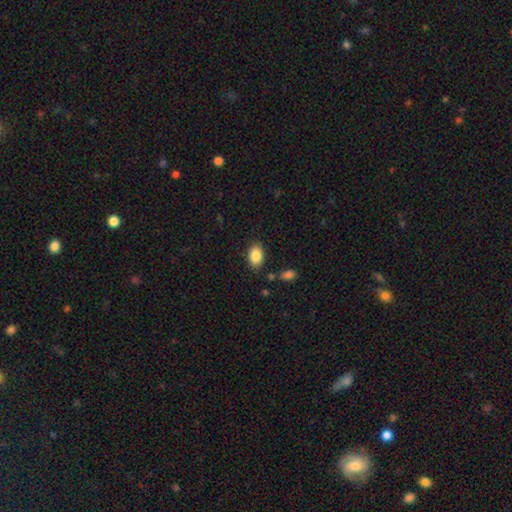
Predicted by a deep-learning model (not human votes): Smooth or featured?
  - smooth: 87% *
  - star or artifact: 7%
  - featured or disk: 6%
How rounded?
  - in between: 89% *
  - round: 9%
  - cigar-shaped: 1%
Merging?
  - none: 82% *
  - minor disturbance: 12%
  - major disturbance: 3%
  - merger: 3%